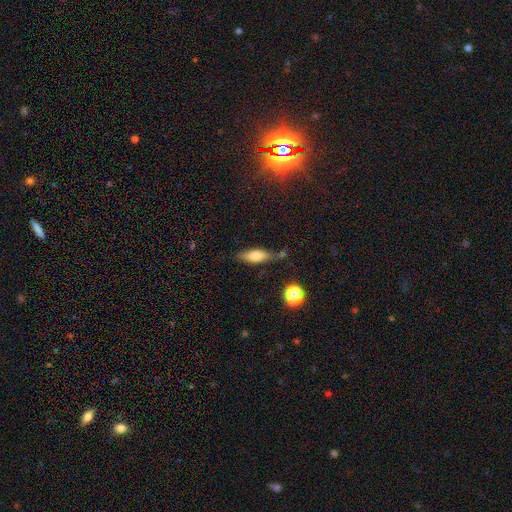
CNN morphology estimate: smooth-or-featured: smooth: 63% | featured or disk: 28% | star or artifact: 9%
  how-rounded: in between: 55% | cigar-shaped: 41% | round: 4%
  merging: none: 66% | minor disturbance: 20% | merger: 8% | major disturbance: 6%